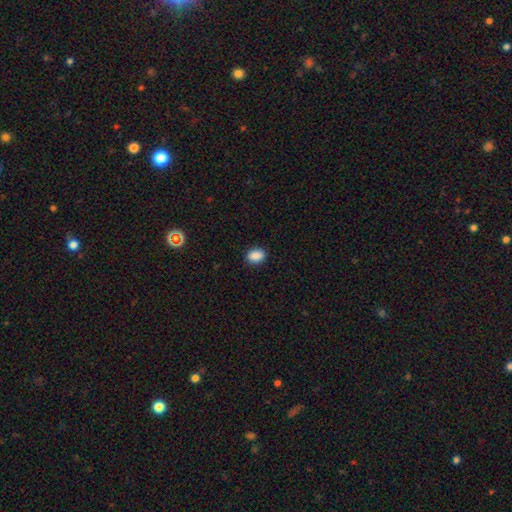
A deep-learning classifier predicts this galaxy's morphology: A smooth galaxy with no disk features (88%) that is in between round and cigar-shaped (74%).

Vote fractions:
- Smooth or featured? smooth: 88% / star or artifact: 9% / featured or disk: 3%
- How rounded? in between: 74% / round: 24% / cigar-shaped: 1%
- Merging? none: 90% / minor disturbance: 7% / major disturbance: 2% / merger: 1%